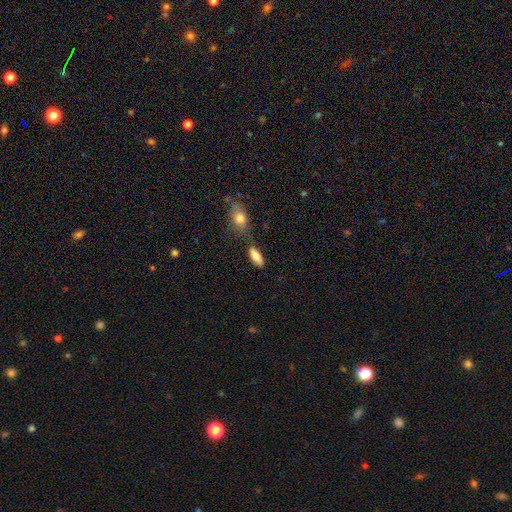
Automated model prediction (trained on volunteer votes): Smooth or featured? Predicted: smooth (p=0.75). How rounded? Predicted: in between (p=0.80). Merging? Predicted: none (p=0.66).